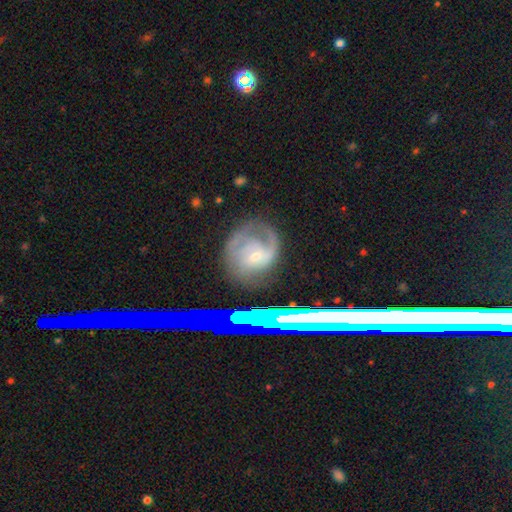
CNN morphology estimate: Smooth or featured? featured or disk (71%)
Edge-on disk? no (96%)
Bar? no (62%)
Spiral arms? yes (90%)
Spiral winding? tight (51%)
Spiral arm count? 2 (36%)
Bulge size? small (61%)
Merging? none (61%)